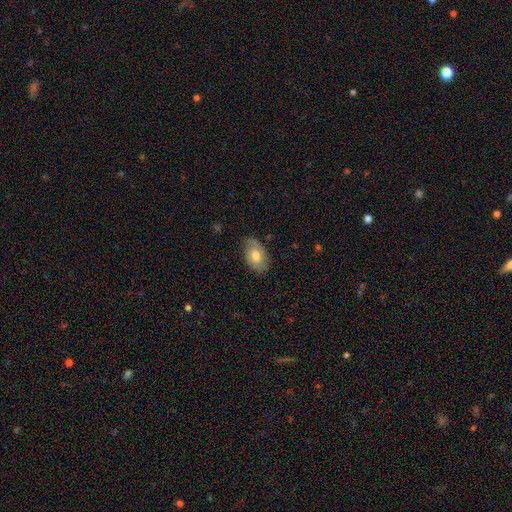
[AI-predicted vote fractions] The model was most divided on "smooth or featured": smooth: 63%, featured or disk: 30%, star or artifact: 6%. More confident: how rounded — in between (92%); merging — none (75%).